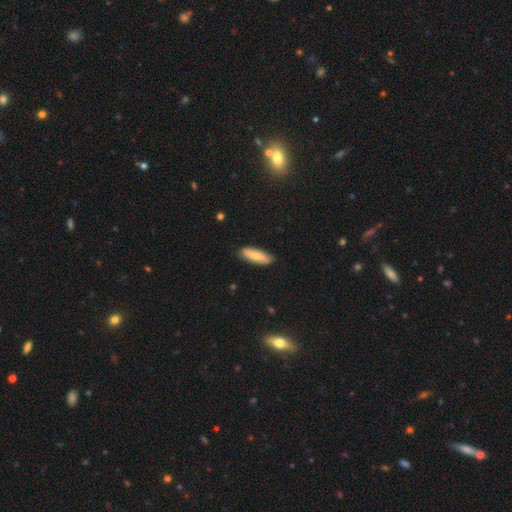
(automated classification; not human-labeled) smooth-or-featured: smooth: 66% | featured or disk: 28% | star or artifact: 6%
  how-rounded: in between: 51% | cigar-shaped: 47% | round: 2%
  merging: none: 85% | minor disturbance: 12% | major disturbance: 2% | merger: 1%